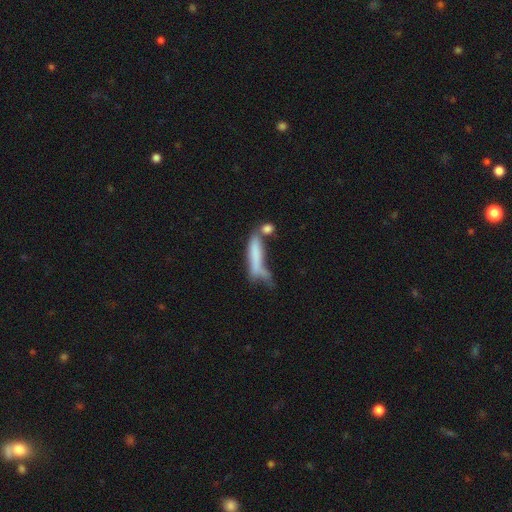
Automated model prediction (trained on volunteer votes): smooth-or-featured: smooth: 64% | featured or disk: 27% | star or artifact: 10%
  how-rounded: cigar-shaped: 77% | in between: 21% | round: 2%
  merging: merger: 32% | major disturbance: 25% | none: 24% | minor disturbance: 19%